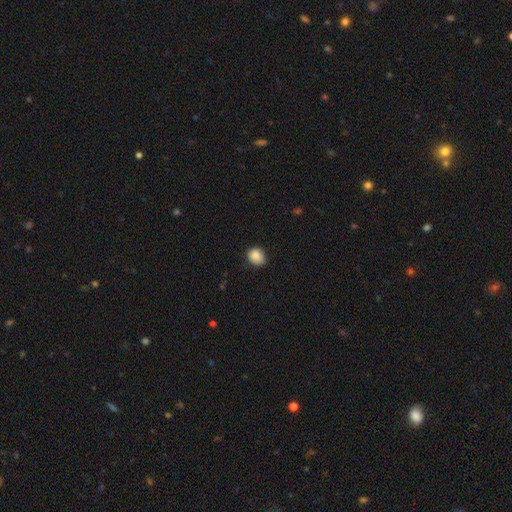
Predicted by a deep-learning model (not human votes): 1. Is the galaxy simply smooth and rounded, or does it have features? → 88% smooth, 9% star or artifact, 4% featured or disk.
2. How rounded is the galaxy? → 61% round, 38% in between, 1% cigar-shaped.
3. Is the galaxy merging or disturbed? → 79% none, 17% minor disturbance, 3% major disturbance, 1% merger.